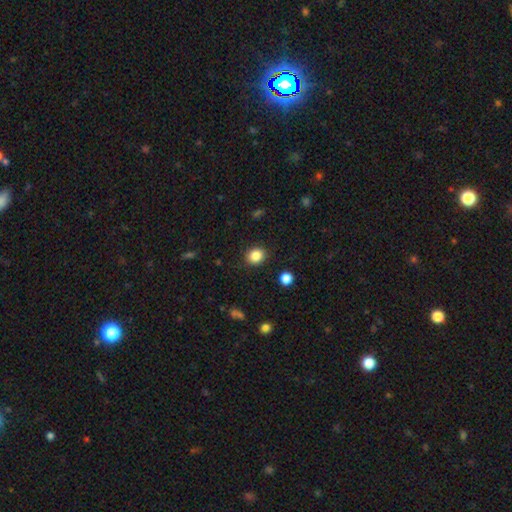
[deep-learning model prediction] Smooth or featured? Predicted: smooth (p=0.86). How rounded? Predicted: round (p=0.75). Merging? Predicted: none (p=0.89).